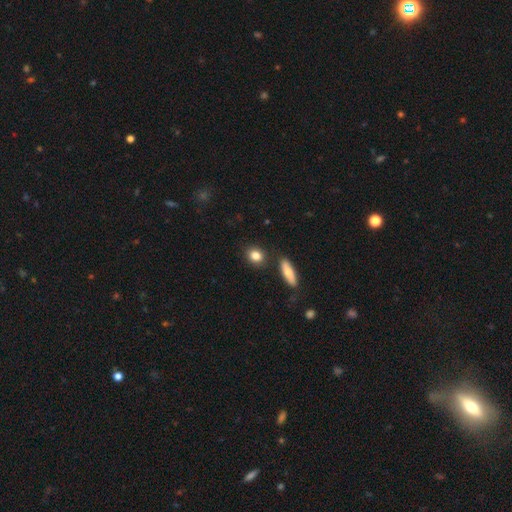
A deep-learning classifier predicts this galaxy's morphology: Q: Smooth or featured?
A: smooth (84%); runner-up: star or artifact (8%)
Q: How rounded?
A: round (56%); runner-up: in between (40%)
Q: Merging?
A: none (82%); runner-up: minor disturbance (9%)